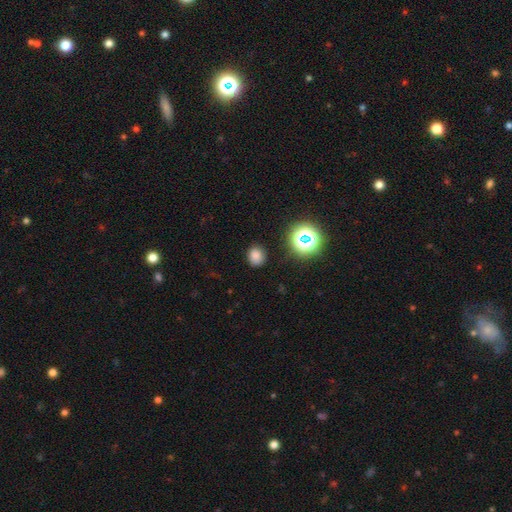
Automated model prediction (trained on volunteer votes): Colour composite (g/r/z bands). It shows a smooth galaxy with no disk features (76%) that is round (64%). Merging: none (84%).